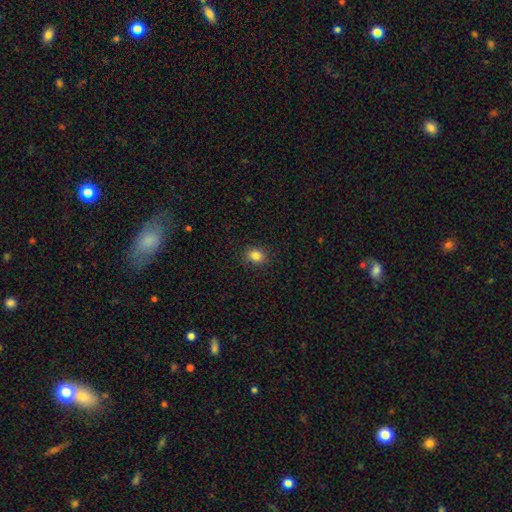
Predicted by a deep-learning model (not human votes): The model was most divided on "how rounded": in between: 52%, round: 47%, cigar-shaped: 1%. More confident: merging — none (88%); smooth or featured — smooth (85%).